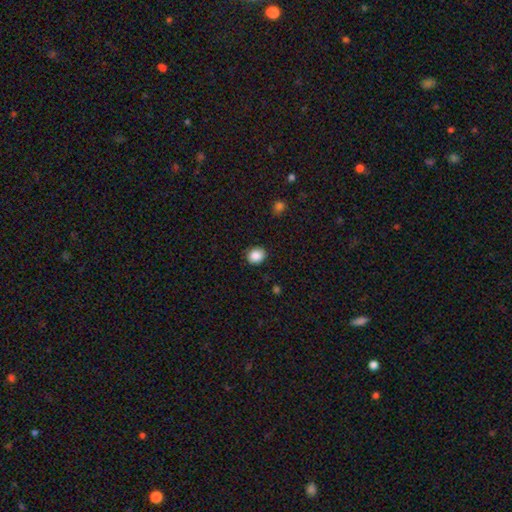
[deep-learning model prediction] Q: Smooth or featured?
A: smooth (87%); runner-up: star or artifact (9%)
Q: How rounded?
A: round (70%); runner-up: in between (29%)
Q: Merging?
A: none (87%); runner-up: minor disturbance (10%)